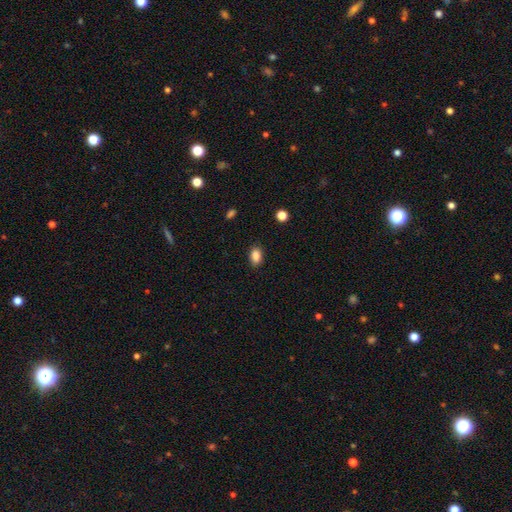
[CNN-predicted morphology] smooth_or_featured: smooth (p=0.87) [alt: star or artifact p=0.09]
how_rounded: in between (p=0.84) [alt: round p=0.15]
merging: none (p=0.87) [alt: minor disturbance p=0.10]